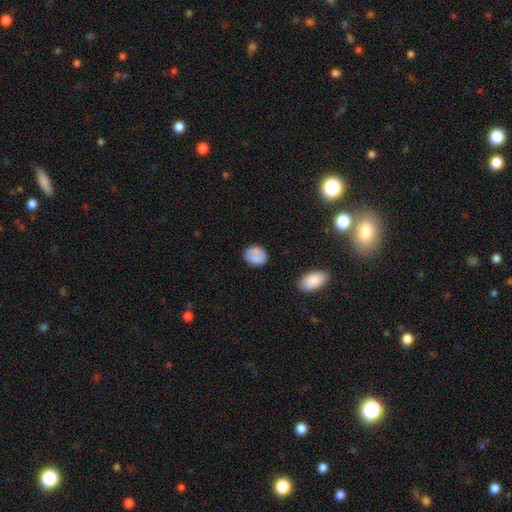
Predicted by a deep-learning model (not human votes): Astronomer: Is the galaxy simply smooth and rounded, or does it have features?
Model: smooth — 82%.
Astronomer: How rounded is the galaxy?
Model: round — 53% (runner-up: in between, 45%).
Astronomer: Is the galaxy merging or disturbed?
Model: none — 78%.